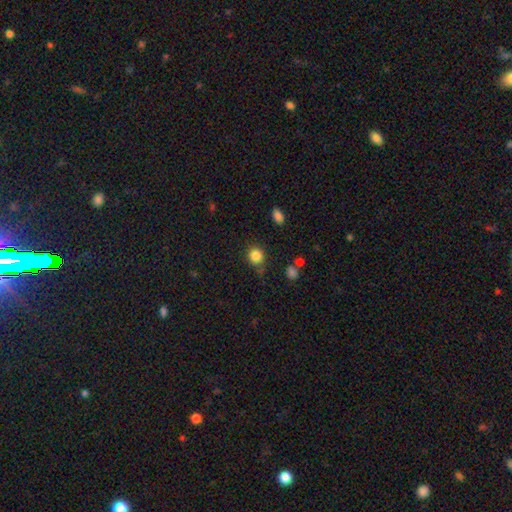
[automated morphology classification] type=smooth (84%); roundness=round (82%); merging=none (76%).